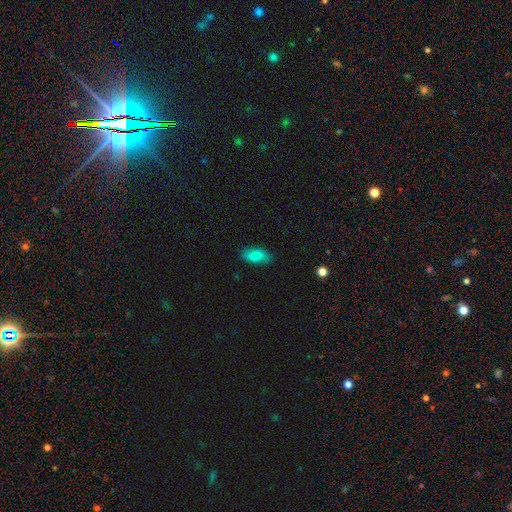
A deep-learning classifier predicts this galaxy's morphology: Smooth or featured: smooth — 84% (featured or disk — 9%)
How rounded: in between — 89% (cigar-shaped — 8%)
Merging: none — 83% (minor disturbance — 14%)